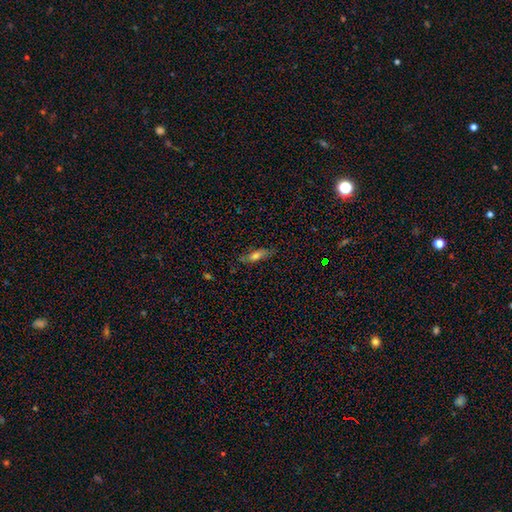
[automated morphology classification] This appears to be a smooth galaxy with no disk features (64%) that is cigar-shaped (52%). Merging: none (74%).